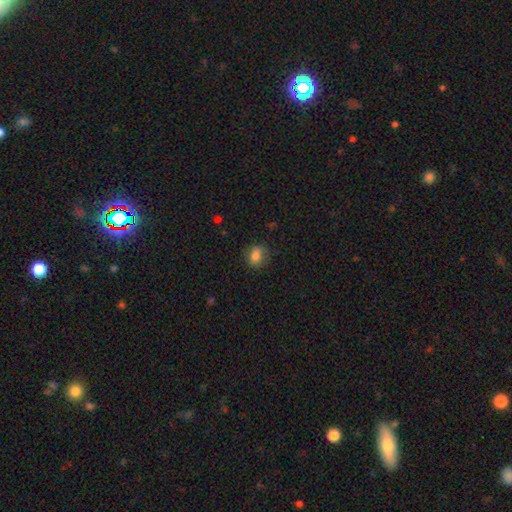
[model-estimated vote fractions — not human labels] Smooth or featured? Predicted: smooth (p=0.81). How rounded? Predicted: in between (p=0.50). Merging? Predicted: none (p=0.76).